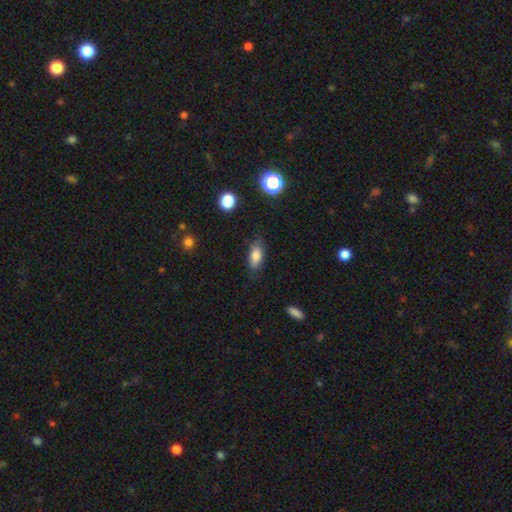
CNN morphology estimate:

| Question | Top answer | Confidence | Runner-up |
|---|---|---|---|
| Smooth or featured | smooth | 79% | featured or disk (13%) |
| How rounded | in between | 82% | cigar-shaped (14%) |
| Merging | none | 76% | minor disturbance (18%) |